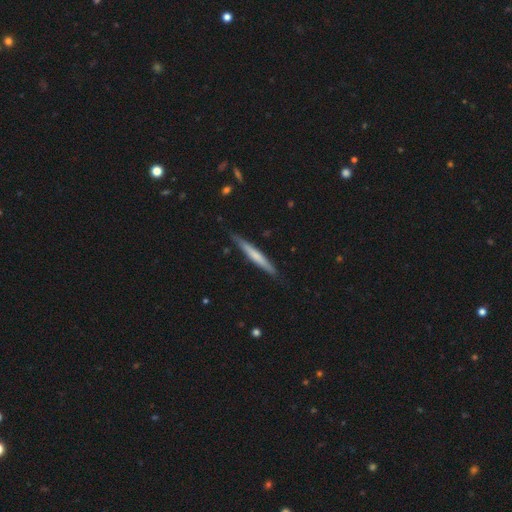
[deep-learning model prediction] Overall: smooth (54%; featured or disk 41%). How rounded: cigar-shaped (96%). Merging: none (85%).